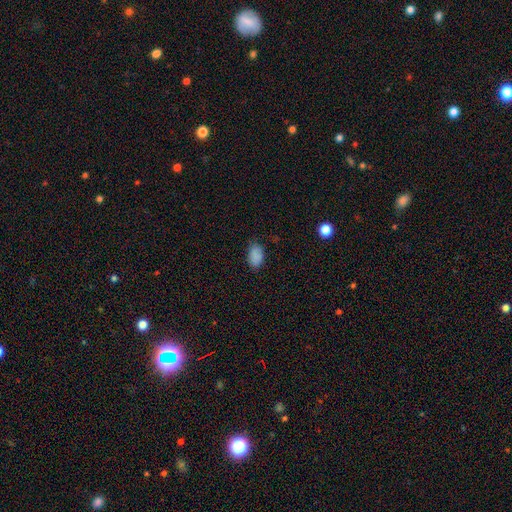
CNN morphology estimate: The model was most divided on "merging": none: 78%, minor disturbance: 18%, major disturbance: 3%, merger: 1%. More confident: how rounded — in between (91%); smooth or featured — smooth (87%).